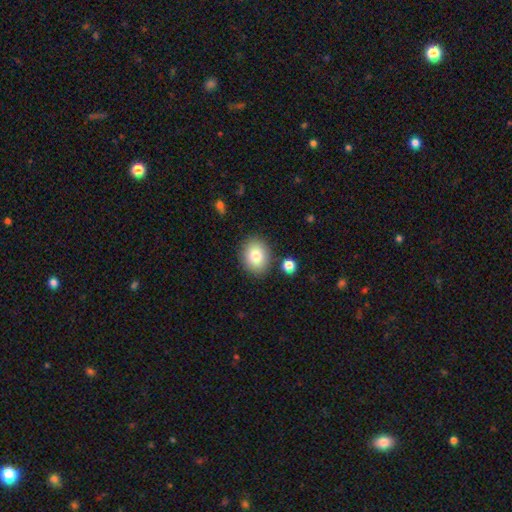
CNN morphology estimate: This appears to be a smooth galaxy with no disk features (81%) that is round (54%). Merging: none (85%).